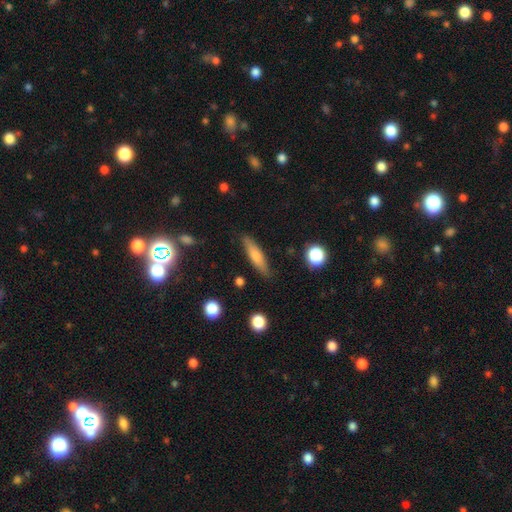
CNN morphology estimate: Smooth or featured?
  - smooth: 69% *
  - featured or disk: 24%
  - star or artifact: 7%
How rounded?
  - cigar-shaped: 75% *
  - in between: 23%
  - round: 2%
Merging?
  - none: 85% *
  - minor disturbance: 11%
  - major disturbance: 2%
  - merger: 2%